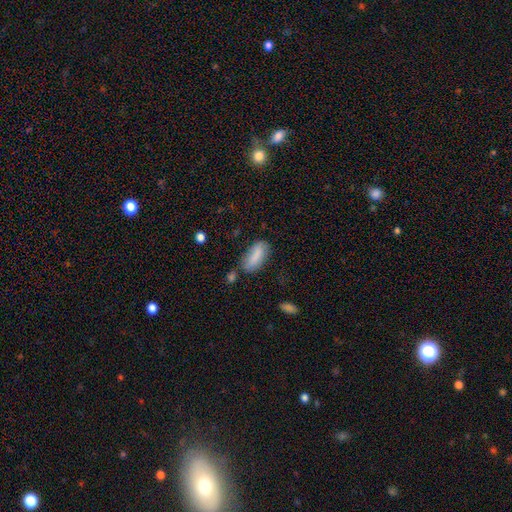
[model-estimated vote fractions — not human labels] Smooth or featured? smooth (83%)
How rounded? in between (82%)
Merging? none (65%)